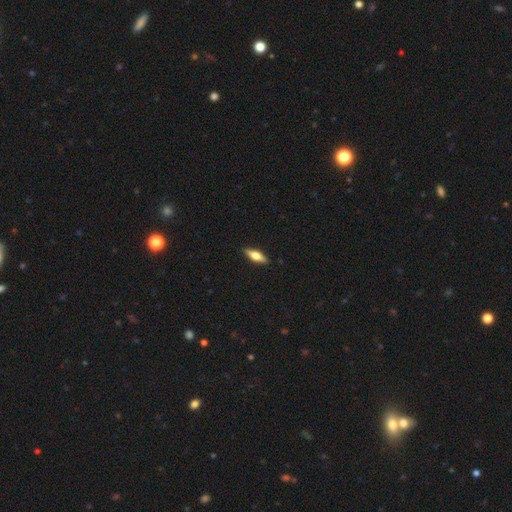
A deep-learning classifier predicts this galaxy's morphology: This appears to be a smooth galaxy with no disk features (52%) that is cigar-shaped (49%). Merging: none (89%).